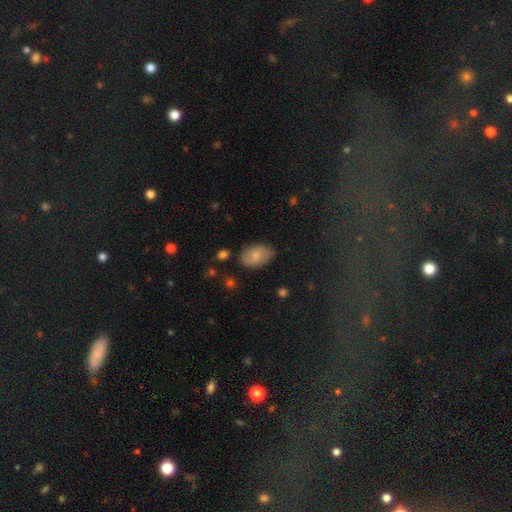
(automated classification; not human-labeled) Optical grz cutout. It shows a smooth galaxy with no disk features (72%) that is in between round and cigar-shaped (89%). Merging: none (76%).